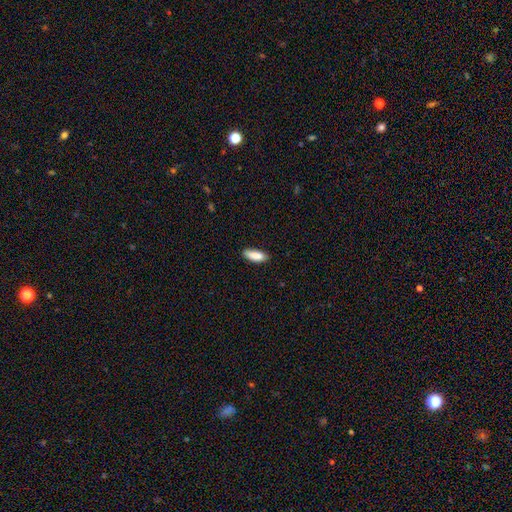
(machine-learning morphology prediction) This is clearly a smooth galaxy (88%). How rounded: likely in between (66%). Merging: clearly none (82%).